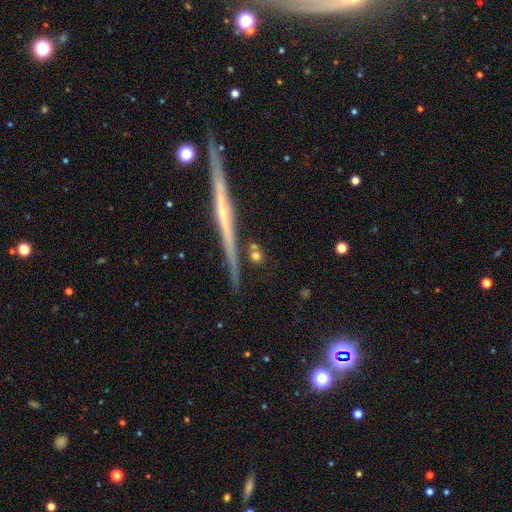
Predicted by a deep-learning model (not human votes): Morphology: type=smooth (65%); roundness=round (73%); merging=none (77%).